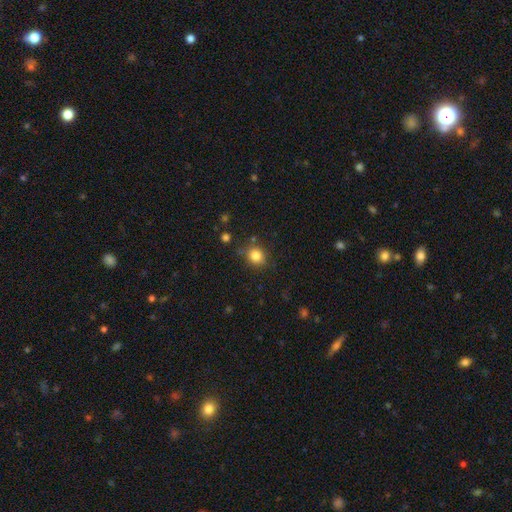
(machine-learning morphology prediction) Smooth or featured? smooth (83%)
How rounded? round (75%)
Merging? none (81%)